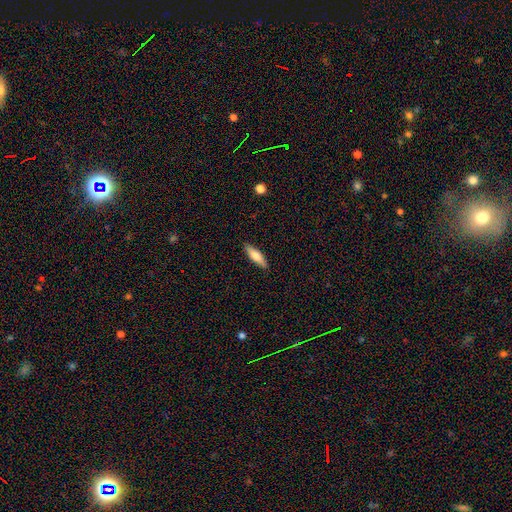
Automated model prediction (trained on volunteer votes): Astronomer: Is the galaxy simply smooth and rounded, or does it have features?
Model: smooth — 70%.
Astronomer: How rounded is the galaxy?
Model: cigar-shaped — 59% (runner-up: in between, 39%).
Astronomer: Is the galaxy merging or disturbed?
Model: none — 88%.